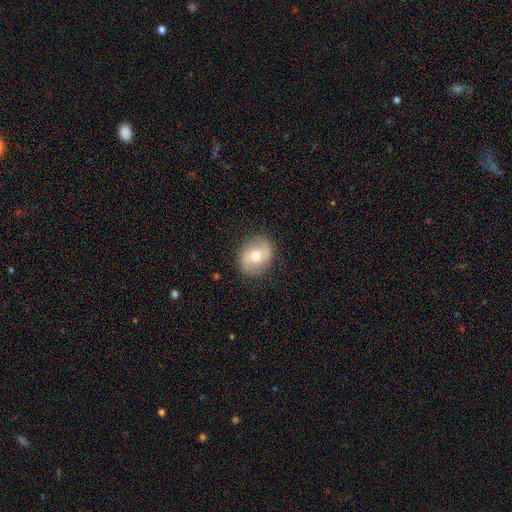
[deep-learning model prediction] Morphology: type=featured or disk (55%); edge-on=no (96%); bar=no (51%); spiral arms=yes (76%); bulge=moderate (74%); merging=none (85%).